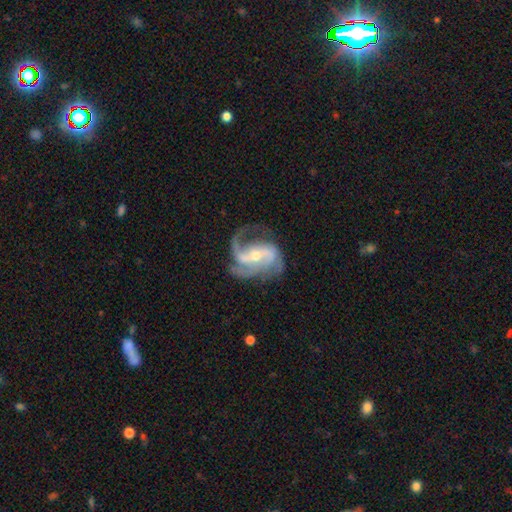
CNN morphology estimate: The model was most divided on "bulge size" (2-way tie): moderate: 48%, small: 48%, large: 2%, none: 1%, dominant: 1%. Remaining: edge-on disk — no (98%); spiral arms — yes (97%); smooth or featured — featured or disk (90%); merging — none (57%); spiral winding — medium (51%); spiral arm count — 2 (44%); bar — weak (40%).